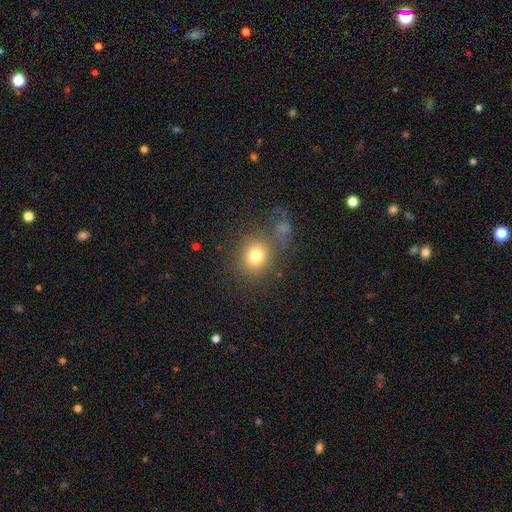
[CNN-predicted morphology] The model was most divided on "merging": none: 69%, merger: 13%, minor disturbance: 11%, major disturbance: 7%. More confident: how rounded — round (78%); smooth or featured — smooth (77%).